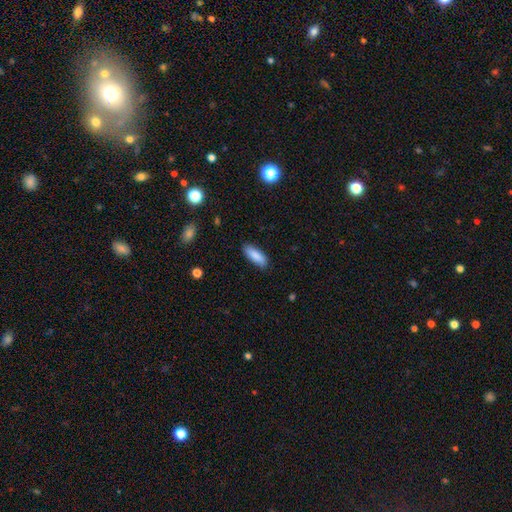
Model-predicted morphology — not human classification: Smooth or featured?
  - smooth: 87% *
  - star or artifact: 6%
  - featured or disk: 6%
How rounded?
  - in between: 61% *
  - cigar-shaped: 37%
  - round: 2%
Merging?
  - none: 86% *
  - minor disturbance: 11%
  - major disturbance: 2%
  - merger: 1%